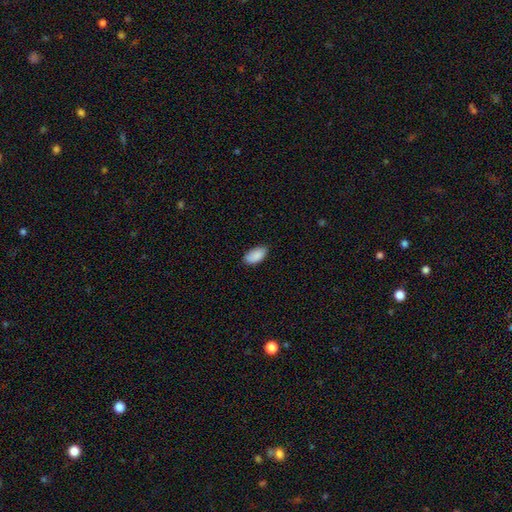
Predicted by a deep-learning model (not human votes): Q: Smooth or featured?
A: smooth (89%); runner-up: star or artifact (7%)
Q: How rounded?
A: in between (94%); runner-up: round (3%)
Q: Merging?
A: none (77%); runner-up: minor disturbance (19%)